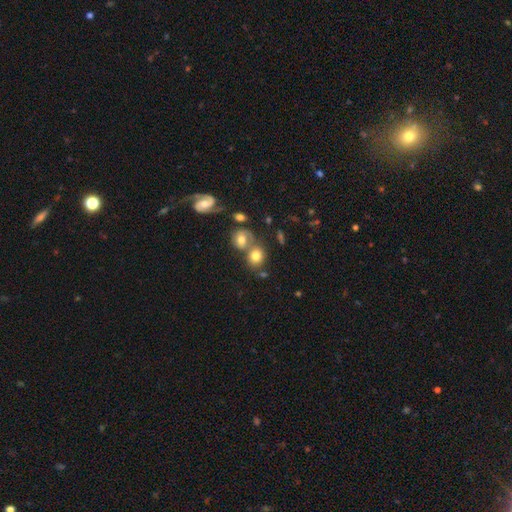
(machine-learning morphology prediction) Smooth or featured? smooth (74%)
How rounded? round (67%)
Merging? none (43%)